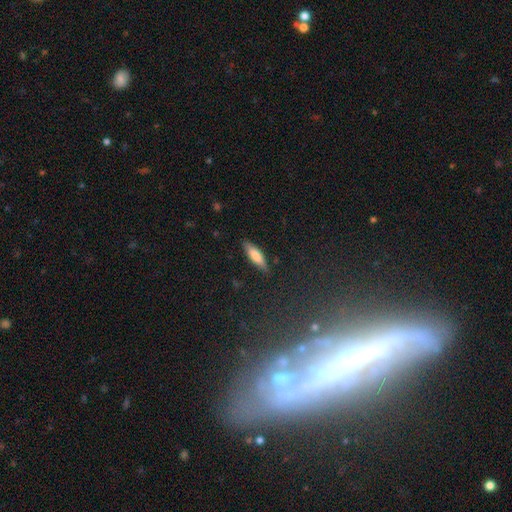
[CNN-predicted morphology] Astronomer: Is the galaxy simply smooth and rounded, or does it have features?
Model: smooth — 75%.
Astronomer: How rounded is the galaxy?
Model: cigar-shaped — 63%.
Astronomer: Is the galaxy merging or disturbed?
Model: none — 84%.